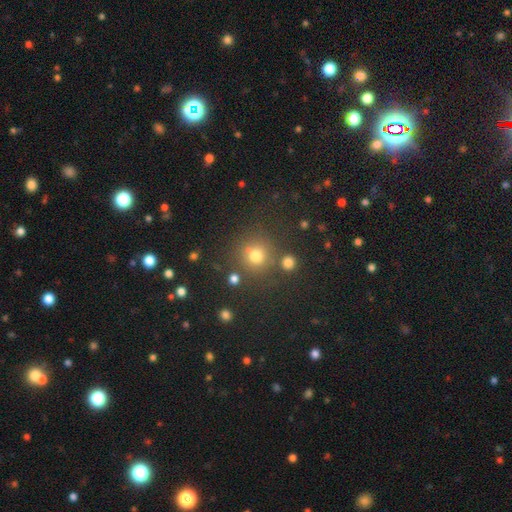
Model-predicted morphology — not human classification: smooth_or_featured: smooth (p=0.74) [alt: star or artifact p=0.18]
how_rounded: round (p=0.91) [alt: in between p=0.08]
merging: none (p=0.76) [alt: merger p=0.10]